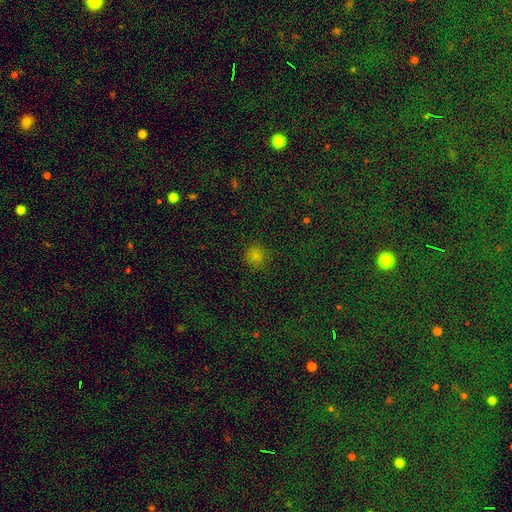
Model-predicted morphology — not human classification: Overall: smooth (78%). How rounded: round (91%). Merging: none (86%).